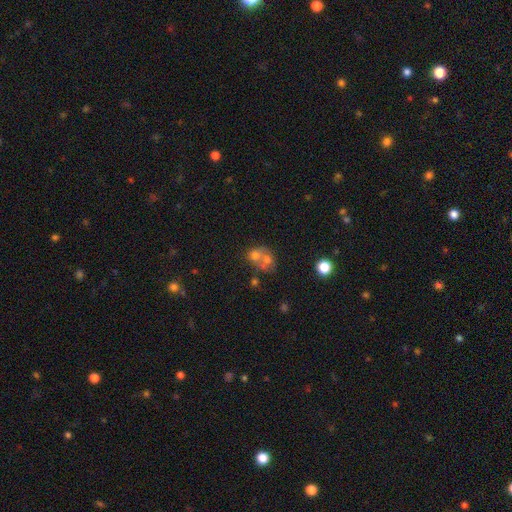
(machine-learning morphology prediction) Overall: smooth (60%; featured or disk 28%). How rounded: round (62%; in between 37%). Merging: merger (65%).